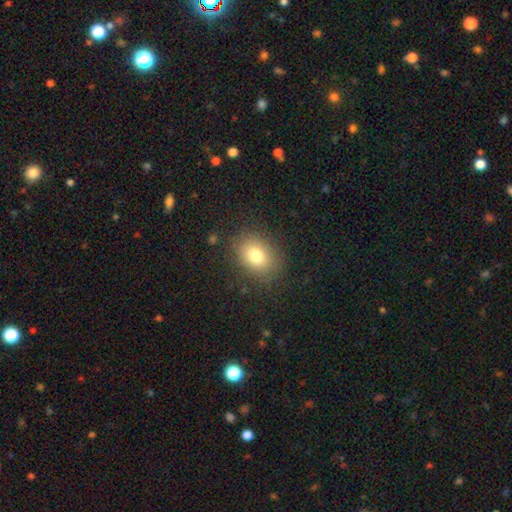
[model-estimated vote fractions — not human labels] Smooth or featured? Predicted: smooth (p=0.77). How rounded? Predicted: in between (p=0.56). Merging? Predicted: none (p=0.82).